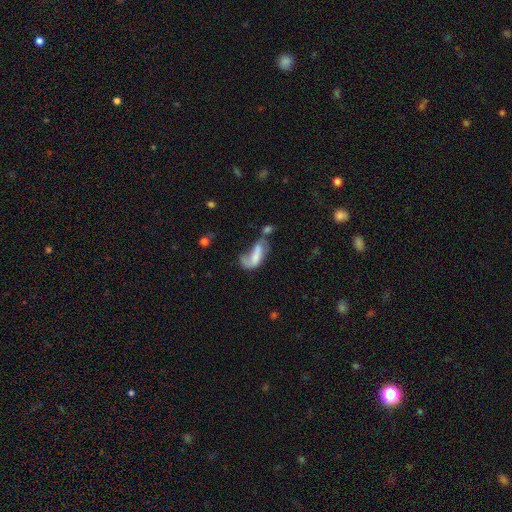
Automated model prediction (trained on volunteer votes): This is possibly a smooth galaxy (50%). How rounded: likely in between (73%). Merging: marginally major disturbance (35%).